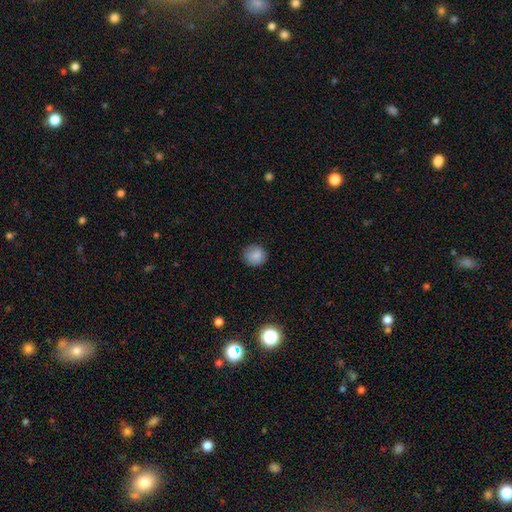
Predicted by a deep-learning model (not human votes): This appears to be a smooth galaxy with no disk features (85%) that is round (89%). Merging: none (84%).